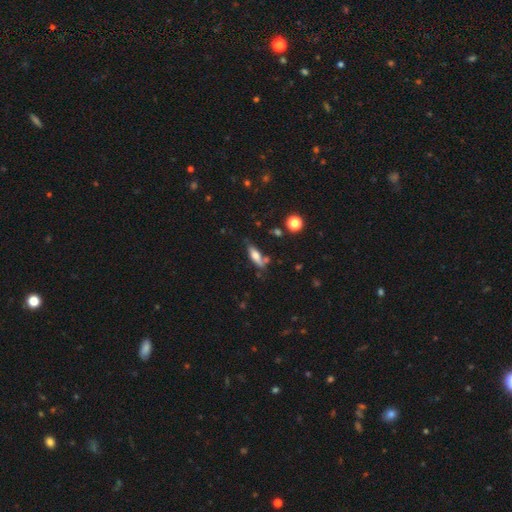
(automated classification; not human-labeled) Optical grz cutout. It shows a smooth galaxy with no disk features (59%) that is in between round and cigar-shaped (52%). Merging: none (54%).